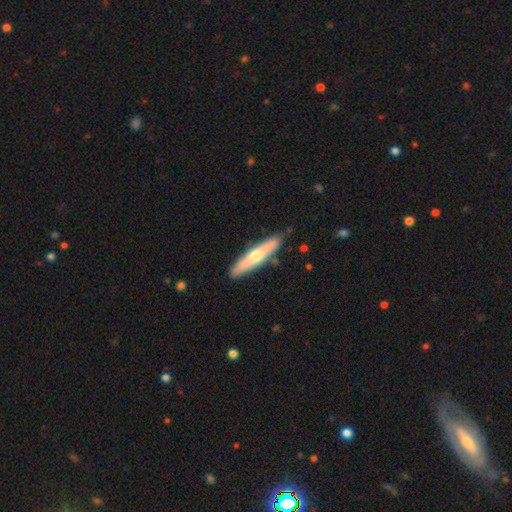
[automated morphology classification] smooth_or_featured: smooth (p=0.52) [alt: featured or disk p=0.43]
how_rounded: cigar-shaped (p=0.85) [alt: in between p=0.13]
merging: none (p=0.85) [alt: minor disturbance p=0.11]